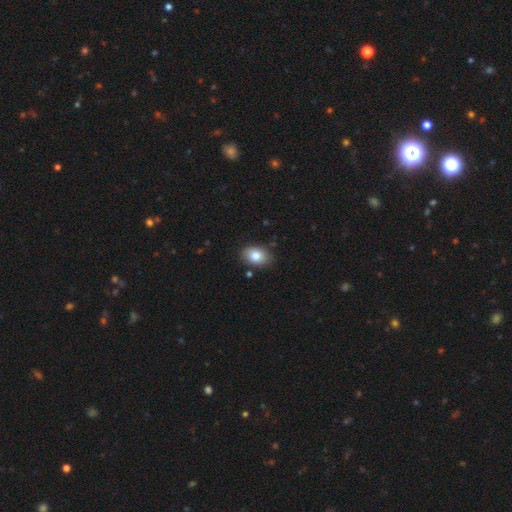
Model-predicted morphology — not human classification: This appears to be a smooth galaxy with no disk features (83%) that is in between round and cigar-shaped (79%). Merging: none (82%).